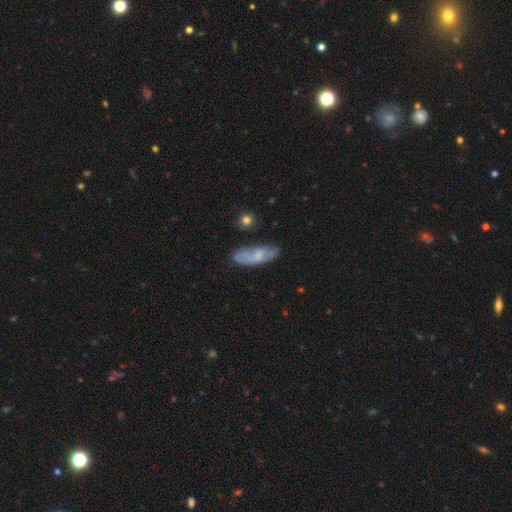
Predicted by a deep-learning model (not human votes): Smooth or featured? smooth (53%)
How rounded? in between (59%)
Merging? none (59%)